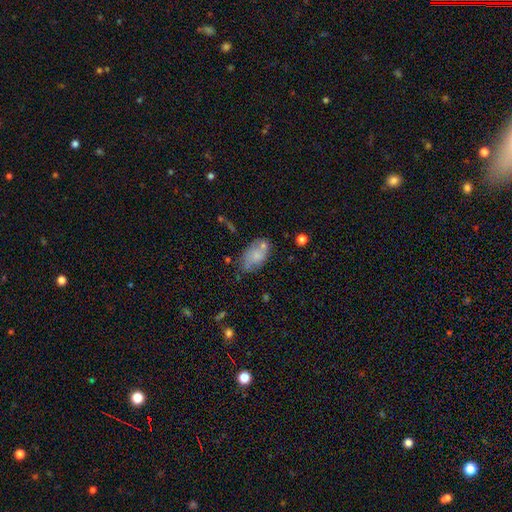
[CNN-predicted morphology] Smooth or featured: smooth — 70% (featured or disk — 22%)
How rounded: in between — 91% (round — 7%)
Merging: none — 49% (minor disturbance — 26%)